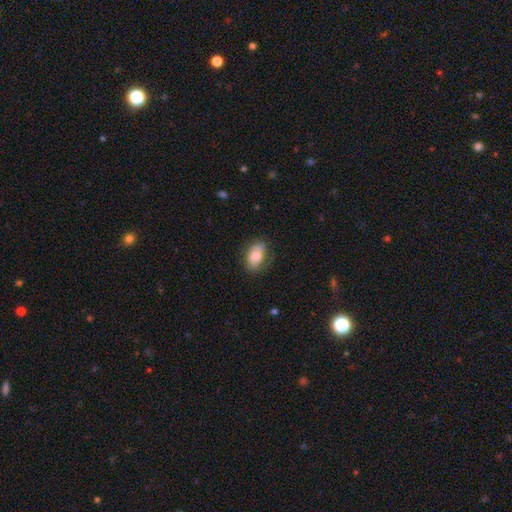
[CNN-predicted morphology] Overall: smooth (76%). How rounded: in between (89%). Merging: none (70%).